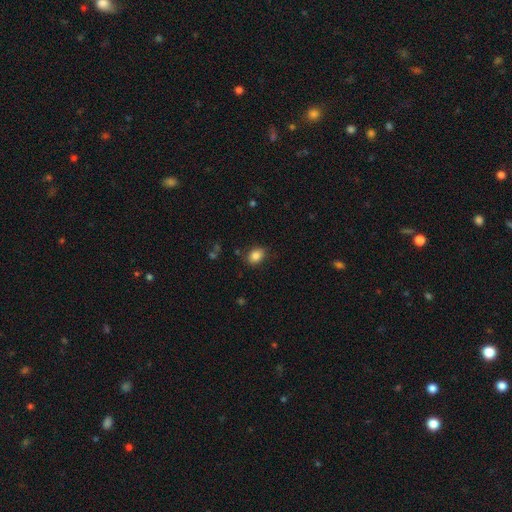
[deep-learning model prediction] smooth_or_featured: smooth (p=0.85) [alt: star or artifact p=0.09]
how_rounded: in between (p=0.69) [alt: round p=0.30]
merging: none (p=0.83) [alt: minor disturbance p=0.13]